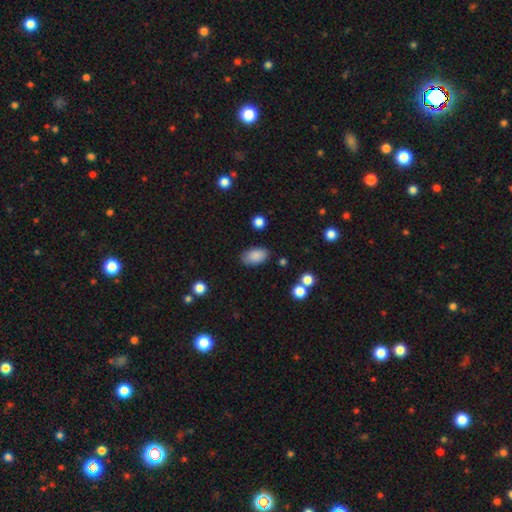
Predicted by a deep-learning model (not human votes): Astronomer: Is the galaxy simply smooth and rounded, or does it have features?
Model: smooth — 87%.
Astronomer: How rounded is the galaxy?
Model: in between — 93%.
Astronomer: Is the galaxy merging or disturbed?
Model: none — 81%.